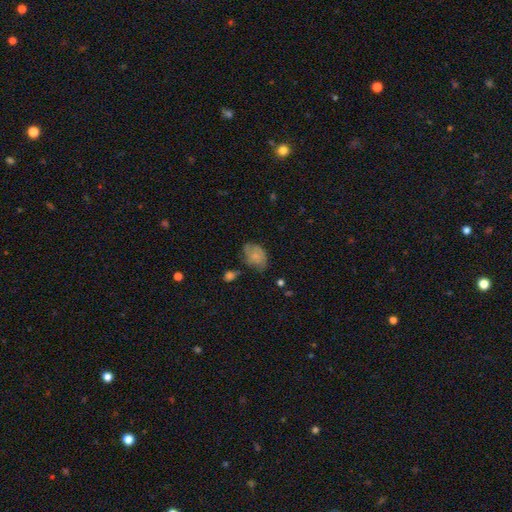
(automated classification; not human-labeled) smooth-or-featured: smooth: 66% | featured or disk: 25% | star or artifact: 9%
  how-rounded: in between: 77% | round: 22% | cigar-shaped: 1%
  merging: none: 46% | minor disturbance: 34% | major disturbance: 15% | merger: 5%